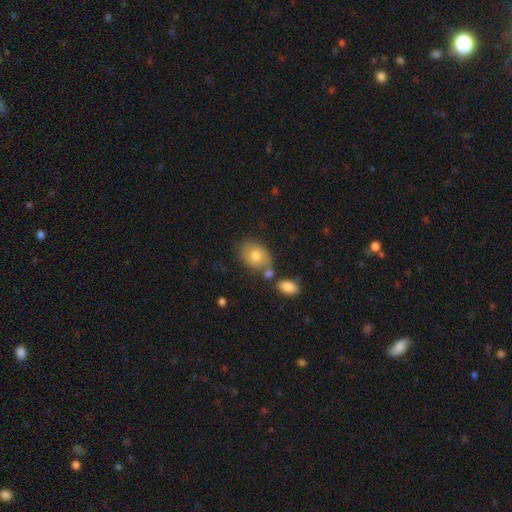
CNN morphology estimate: This appears to be a smooth galaxy with no disk features (70%) that is in between round and cigar-shaped (72%). Merging: none (54%).